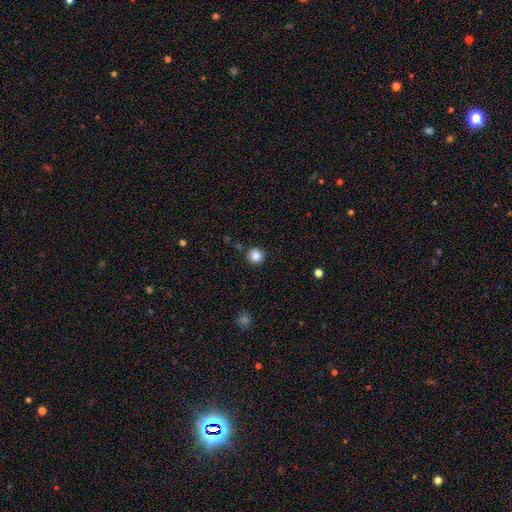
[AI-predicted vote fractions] Smooth or featured: smooth — 85% (star or artifact — 10%)
How rounded: round — 92% (in between — 7%)
Merging: none — 89% (minor disturbance — 7%)